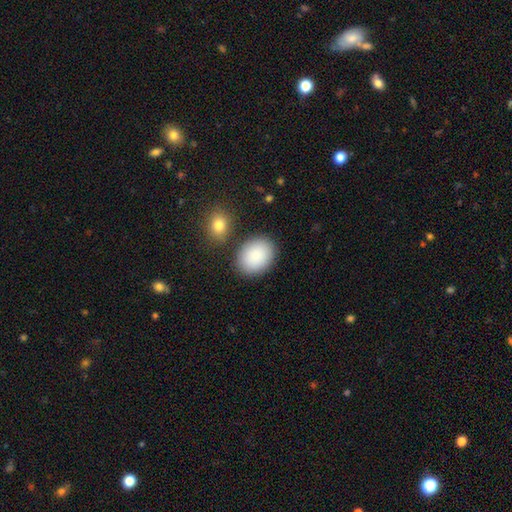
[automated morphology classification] type=smooth (88%); roundness=in between (65%); merging=none (79%).